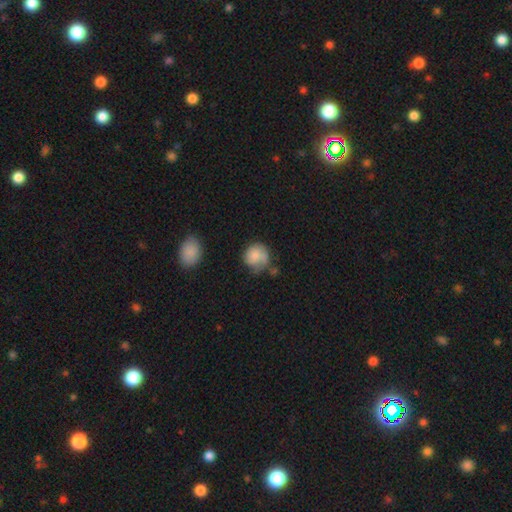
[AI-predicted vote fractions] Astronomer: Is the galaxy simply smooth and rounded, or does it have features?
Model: smooth — 72%.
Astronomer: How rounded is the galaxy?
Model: round — 78%.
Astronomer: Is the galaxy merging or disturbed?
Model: none — 45% (runner-up: minor disturbance, 31%).